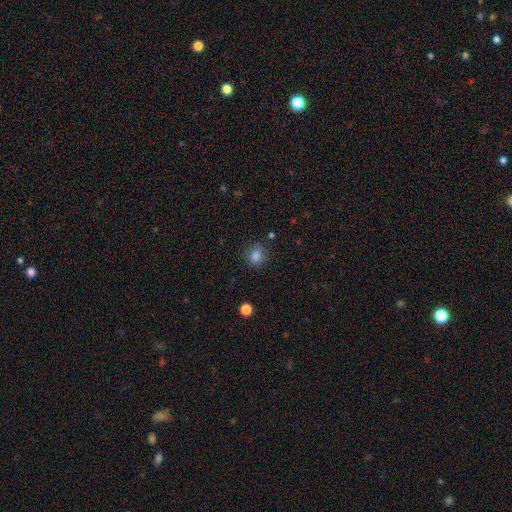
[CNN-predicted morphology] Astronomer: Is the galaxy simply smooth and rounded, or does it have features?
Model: smooth — 84%.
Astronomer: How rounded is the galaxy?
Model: round — 71%.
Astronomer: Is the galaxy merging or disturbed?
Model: none — 79%.